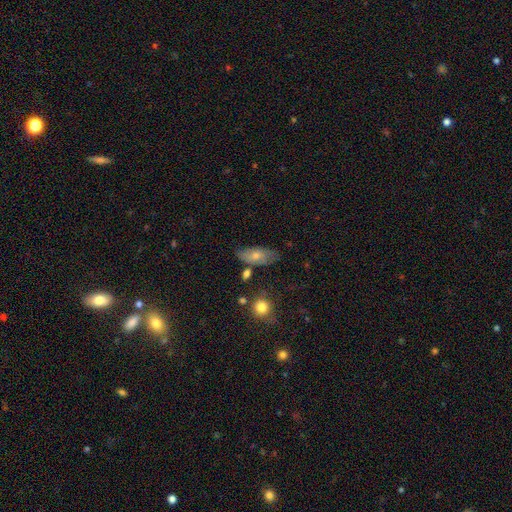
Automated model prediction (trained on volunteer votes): Overall: smooth (67%). How rounded: in between (85%). Merging: none (65%).